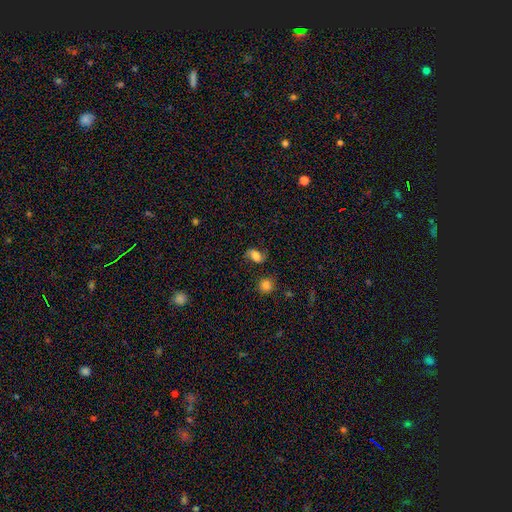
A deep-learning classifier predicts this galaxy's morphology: This appears to be a smooth galaxy with no disk features (52%) that is in between round and cigar-shaped (79%). Merging: none (66%).